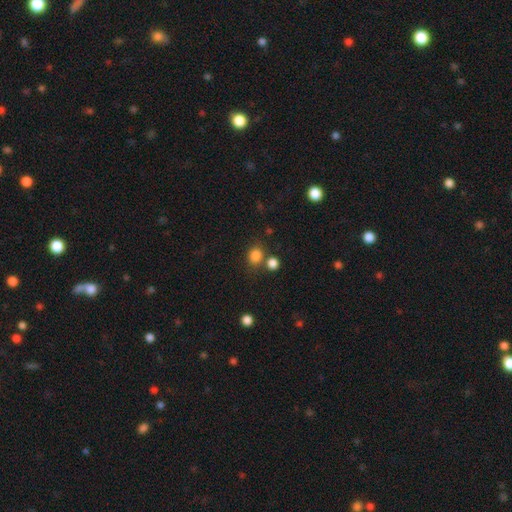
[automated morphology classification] smooth-or-featured: smooth: 83% | star or artifact: 12% | featured or disk: 5%
  how-rounded: round: 66% | in between: 33% | cigar-shaped: 1%
  merging: none: 67% | merger: 19% | minor disturbance: 10% | major disturbance: 4%